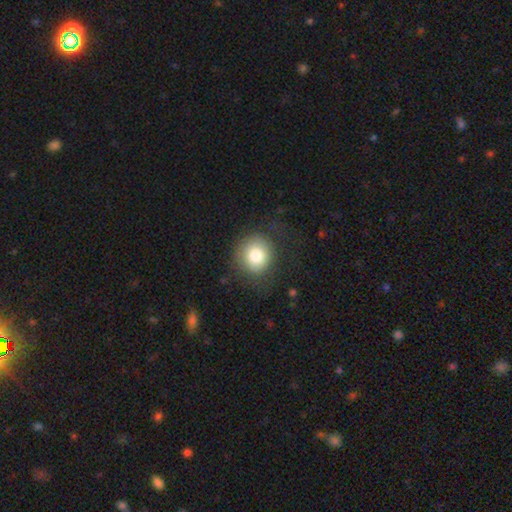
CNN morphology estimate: A smooth galaxy with no disk features (80%) that is round (88%).

Vote fractions:
- Smooth or featured? smooth: 80% / featured or disk: 11% / star or artifact: 9%
- How rounded? round: 88% / in between: 11% / cigar-shaped: 1%
- Merging? none: 76% / minor disturbance: 14% / major disturbance: 8% / merger: 1%